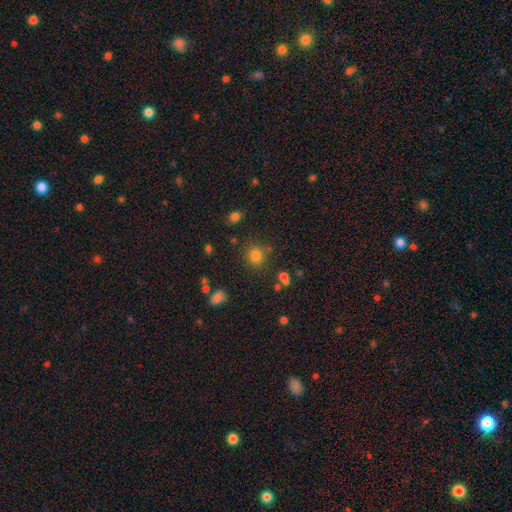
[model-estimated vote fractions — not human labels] Smooth or featured? smooth (80%)
How rounded? round (87%)
Merging? none (79%)